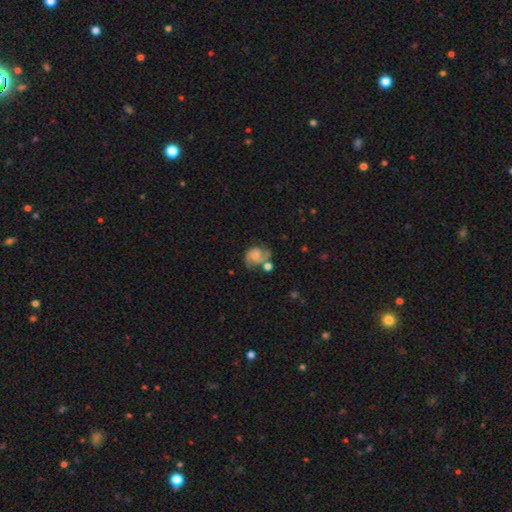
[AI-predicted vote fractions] smooth-or-featured: featured or disk: 68% | smooth: 23% | star or artifact: 9%
  disk-edge-on: no: 98% | yes: 2%
    bar: no: 66% | weak: 28% | strong: 5%
    has-spiral-arms: yes: 91% | no: 9%
      spiral-winding: medium: 48% | tight: 28% | loose: 24%
      spiral-arm-count: 2: 79% | can't tell: 8% | 1: 5% | 3: 4% | 4: 1% | more than 4: 1%
    bulge-size: small: 38% | none: 32% | moderate: 22% | large: 6% | dominant: 2%
  merging: none: 45% | minor disturbance: 22% | merger: 17% | major disturbance: 16%